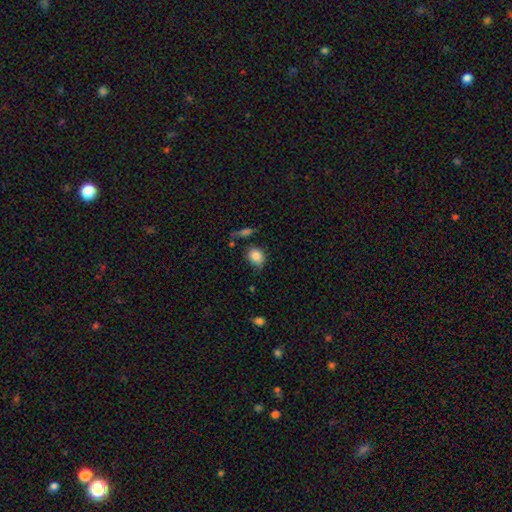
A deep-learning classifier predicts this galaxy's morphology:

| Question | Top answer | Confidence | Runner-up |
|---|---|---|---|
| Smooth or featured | smooth | 84% | star or artifact (9%) |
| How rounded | round | 53% | in between (46%) |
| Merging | none | 59% | minor disturbance (28%) |